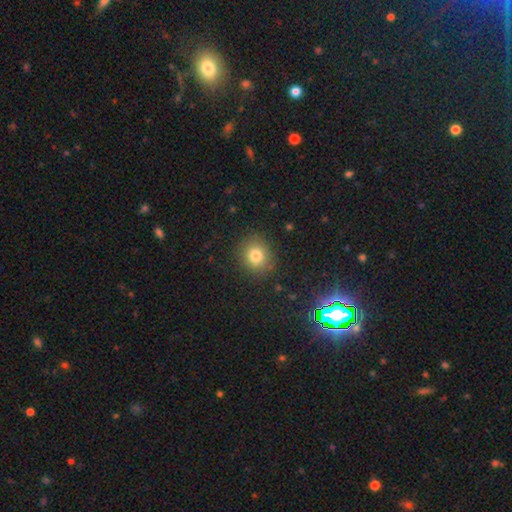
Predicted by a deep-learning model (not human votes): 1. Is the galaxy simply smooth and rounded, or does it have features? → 79% smooth, 13% star or artifact, 8% featured or disk.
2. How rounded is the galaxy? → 80% round, 19% in between, 1% cigar-shaped.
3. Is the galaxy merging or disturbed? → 86% none, 9% minor disturbance, 3% major disturbance, 1% merger.